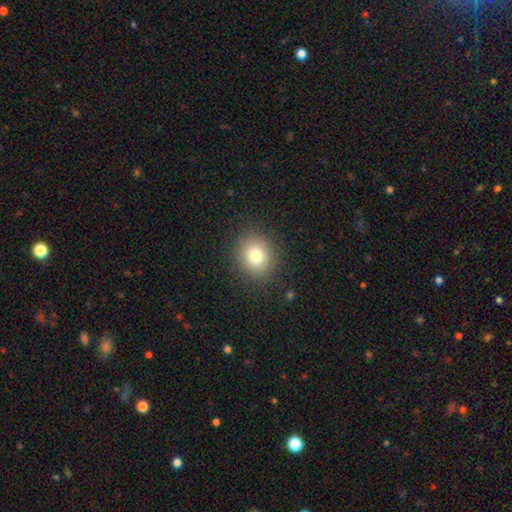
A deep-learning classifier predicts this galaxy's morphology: The model was most divided on "how rounded": round: 79%, in between: 20%, cigar-shaped: 1%. More confident: merging — none (88%); smooth or featured — smooth (78%).